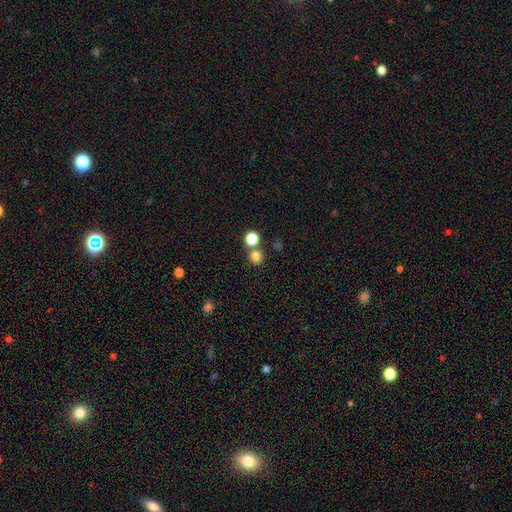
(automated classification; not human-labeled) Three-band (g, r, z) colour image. It shows a smooth galaxy with no disk features (79%) that is round (91%). Merging: none (69%).